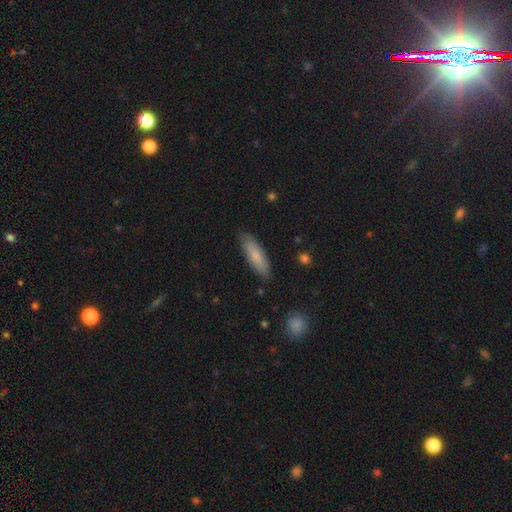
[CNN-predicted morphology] smooth-or-featured: smooth: 79% | featured or disk: 16% | star or artifact: 6%
  how-rounded: cigar-shaped: 55% | in between: 44% | round: 2%
  merging: none: 85% | minor disturbance: 11% | major disturbance: 2% | merger: 1%